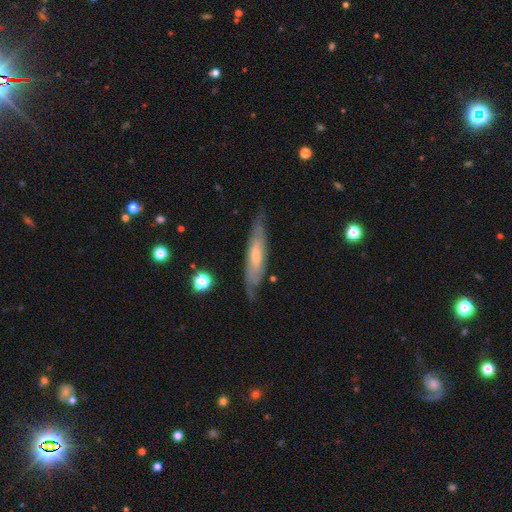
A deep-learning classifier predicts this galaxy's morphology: Smooth or featured? featured or disk (63%)
Edge-on disk? yes (54%)
Merging? none (74%)